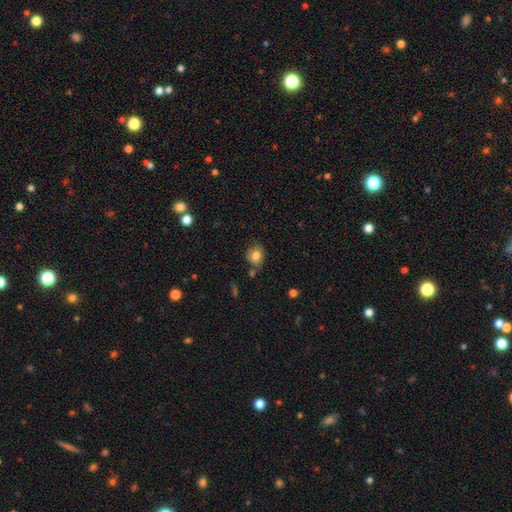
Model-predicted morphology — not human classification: This appears to be a smooth galaxy with no disk features (82%) that is round (65%). Merging: none (70%).